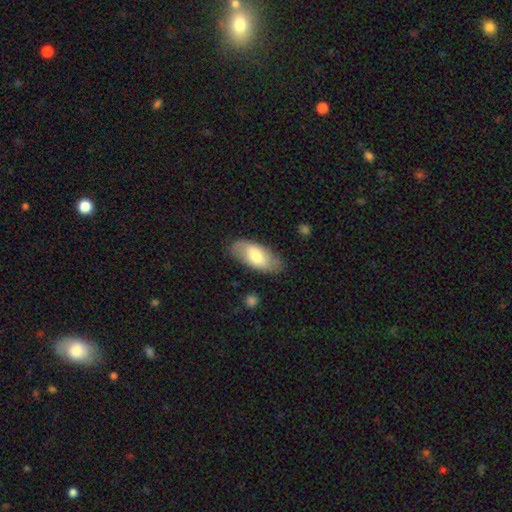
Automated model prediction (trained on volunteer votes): Smooth or featured: smooth — 71% (featured or disk — 24%)
How rounded: in between — 90% (cigar-shaped — 8%)
Merging: none — 81% (minor disturbance — 14%)